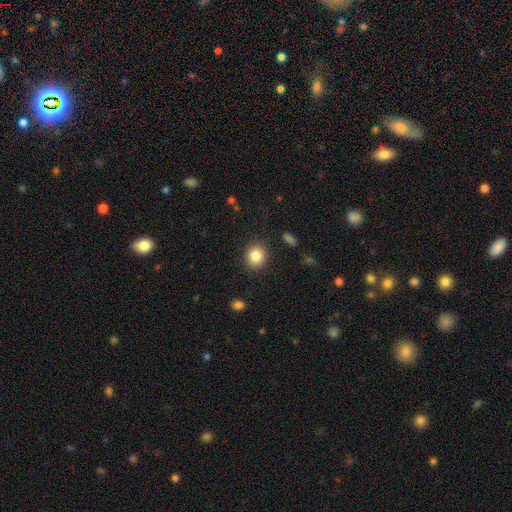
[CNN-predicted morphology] This is clearly a smooth galaxy (85%). How rounded: likely round (75%). Merging: clearly none (89%).